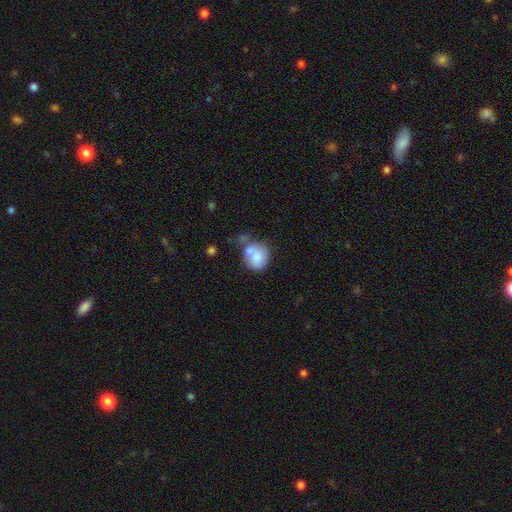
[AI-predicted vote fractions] A smooth galaxy with no disk features (73%) that is round (67%). Merging: merger (44%).